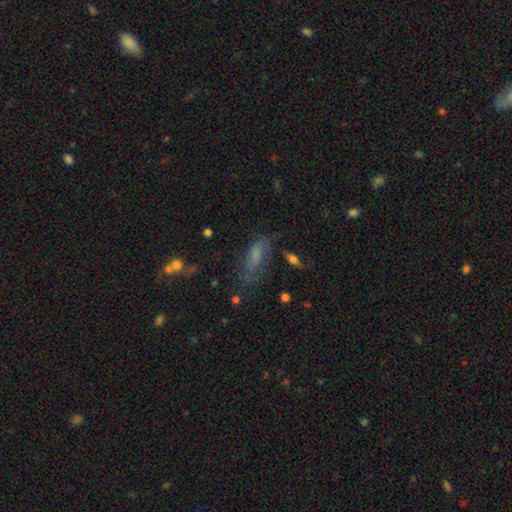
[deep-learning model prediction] smooth 58%, featured or disk 25%, star or artifact 17%. Down the decision tree: how rounded — in between (66%); merging — none (53%).